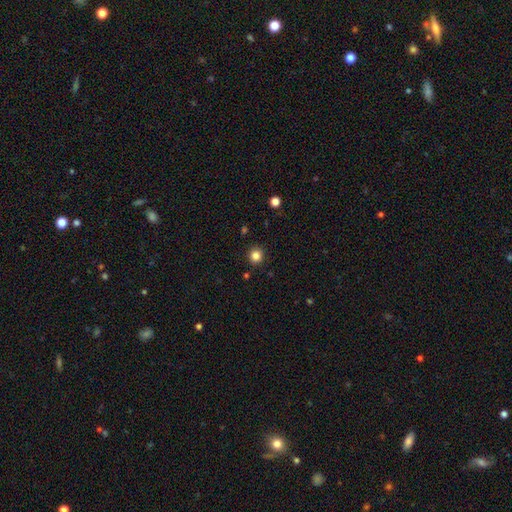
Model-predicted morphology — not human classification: smooth_or_featured: smooth (p=0.84) [alt: star or artifact p=0.12]
how_rounded: round (p=0.92) [alt: in between p=0.07]
merging: none (p=0.91) [alt: minor disturbance p=0.05]